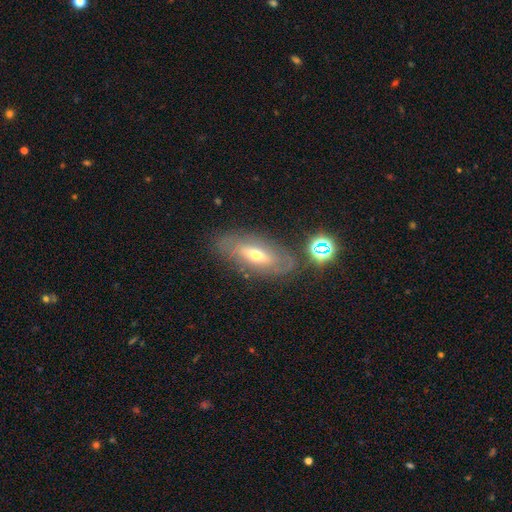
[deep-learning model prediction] smooth_or_featured: featured or disk (p=0.52) [alt: smooth p=0.38]
disk_edge_on: no (p=0.71) [alt: yes p=0.29]
merging: none (p=0.73) [alt: minor disturbance p=0.15]